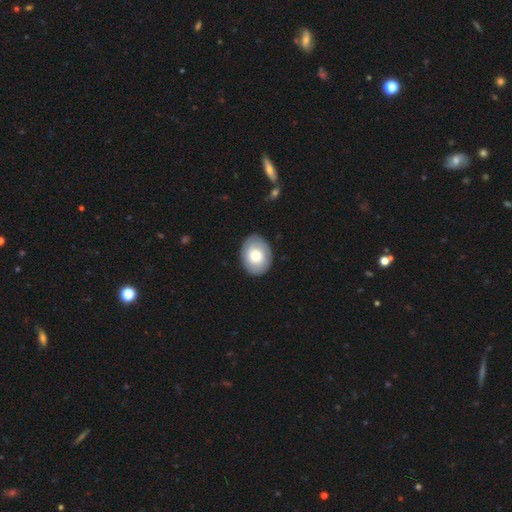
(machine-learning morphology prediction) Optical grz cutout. It shows a smooth galaxy with no disk features (60%) that is in between round and cigar-shaped (59%). Merging: none (85%).